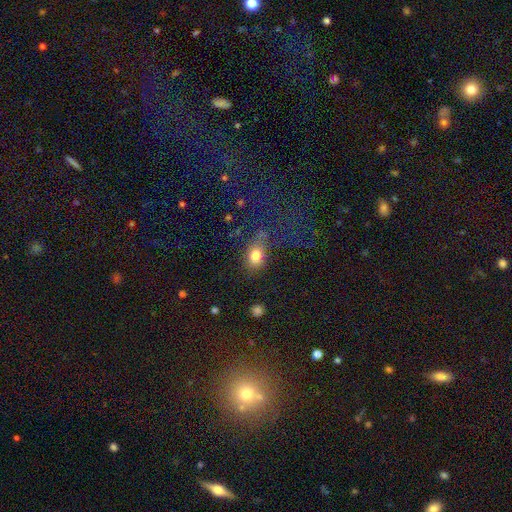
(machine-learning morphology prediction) Q: Smooth or featured?
A: smooth (80%); runner-up: star or artifact (12%)
Q: How rounded?
A: in between (62%); runner-up: round (35%)
Q: Merging?
A: none (56%); runner-up: minor disturbance (23%)